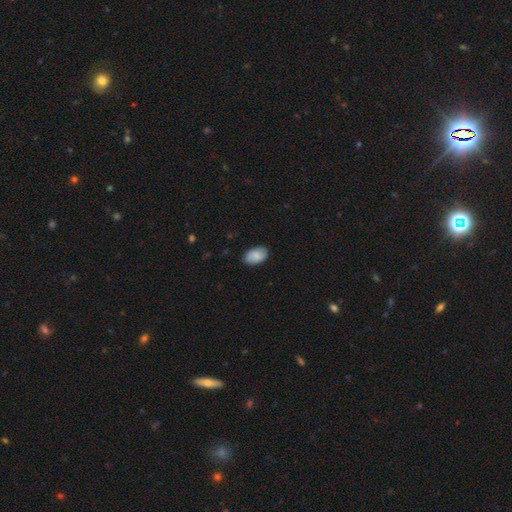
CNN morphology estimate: The model was most divided on "merging": none: 83%, minor disturbance: 14%, major disturbance: 2%, merger: 1%. More confident: how rounded — in between (92%); smooth or featured — smooth (82%).